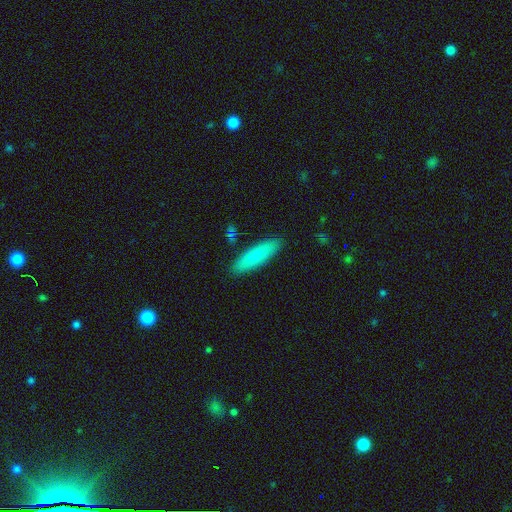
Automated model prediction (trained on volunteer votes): Smooth or featured?
  - smooth: 79% *
  - featured or disk: 15%
  - star or artifact: 6%
How rounded?
  - cigar-shaped: 69% *
  - in between: 29%
  - round: 2%
Merging?
  - none: 88% *
  - minor disturbance: 8%
  - major disturbance: 2%
  - merger: 2%